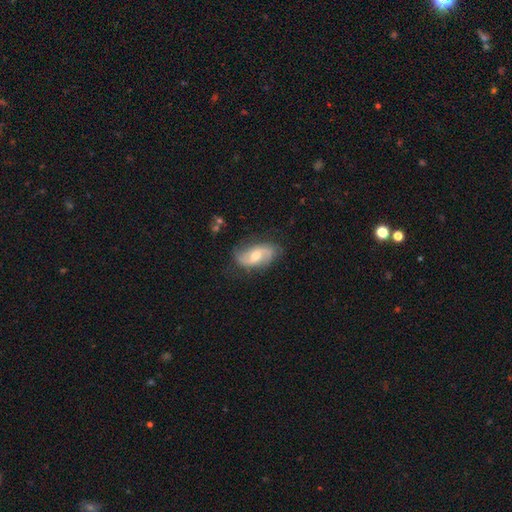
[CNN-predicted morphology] This appears to be a featured or disk galaxy (72%) with a weak bar (47%), 2 (87%) loose (49%) spiral arms (91%) and a moderate central bulge (65%). Merging: none (73%).